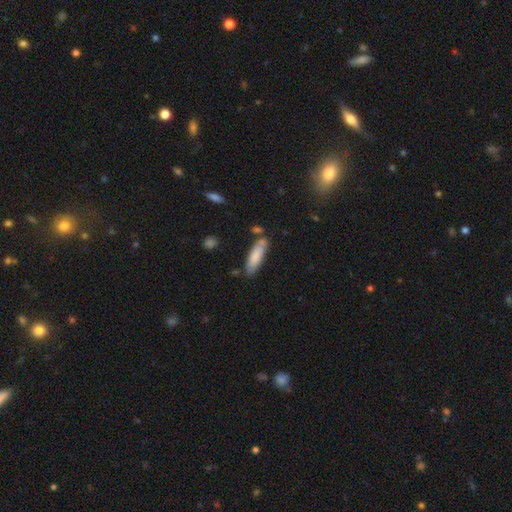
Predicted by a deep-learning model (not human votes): A smooth galaxy with no disk features (80%) that is cigar-shaped (60%).

Vote fractions:
- Smooth or featured? smooth: 80% / featured or disk: 14% / star or artifact: 6%
- How rounded? cigar-shaped: 60% / in between: 38% / round: 1%
- Merging? none: 70% / minor disturbance: 18% / merger: 9% / major disturbance: 4%